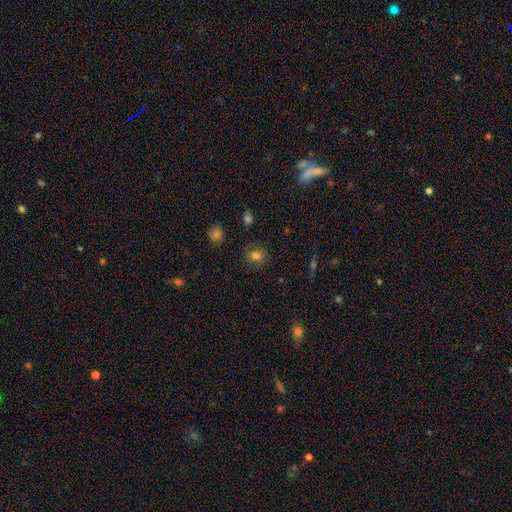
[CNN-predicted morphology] Smooth or featured?
  - smooth: 73% *
  - star or artifact: 16%
  - featured or disk: 12%
How rounded?
  - round: 75% *
  - in between: 24%
  - cigar-shaped: 1%
Merging?
  - none: 81% *
  - minor disturbance: 13%
  - major disturbance: 4%
  - merger: 2%